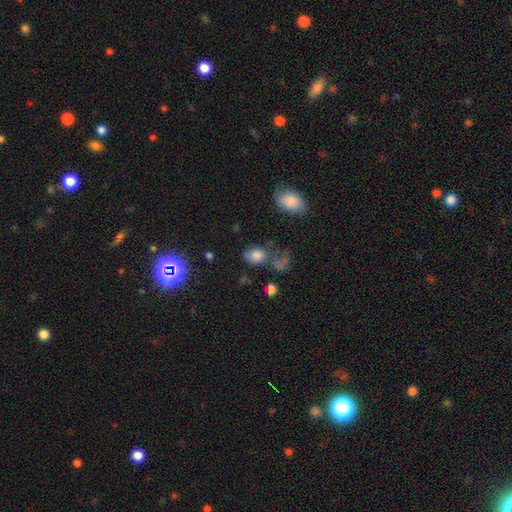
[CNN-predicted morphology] A smooth galaxy with no disk features (77%) that is in between round and cigar-shaped (64%).

Vote fractions:
- Smooth or featured? smooth: 77% / star or artifact: 14% / featured or disk: 9%
- How rounded? in between: 64% / round: 34% / cigar-shaped: 2%
- Merging? none: 49% / minor disturbance: 23% / merger: 15% / major disturbance: 13%